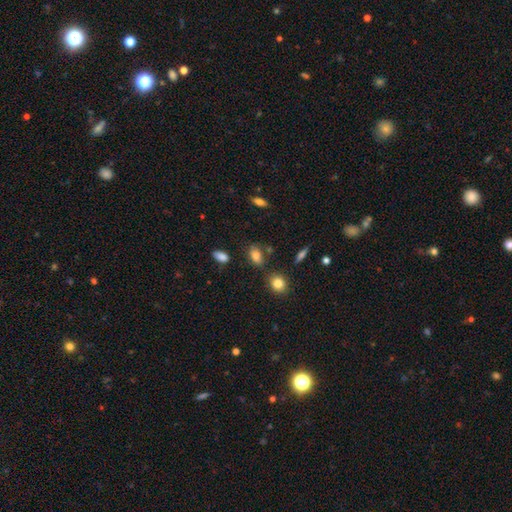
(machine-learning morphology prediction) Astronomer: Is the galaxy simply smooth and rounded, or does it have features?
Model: smooth — 81%.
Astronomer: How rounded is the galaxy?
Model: in between — 83%.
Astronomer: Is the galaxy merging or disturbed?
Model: none — 70%.